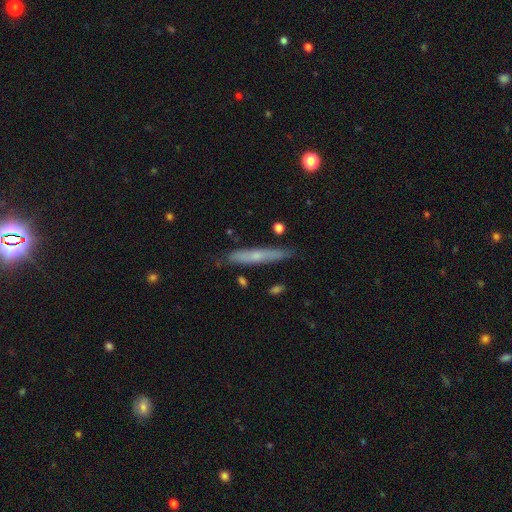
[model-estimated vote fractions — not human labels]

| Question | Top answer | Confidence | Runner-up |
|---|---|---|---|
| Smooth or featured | smooth | 48% | featured or disk (45%) |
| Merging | none | 83% | minor disturbance (13%) |